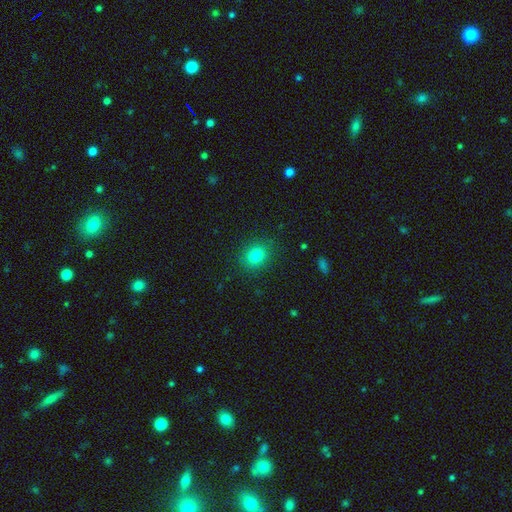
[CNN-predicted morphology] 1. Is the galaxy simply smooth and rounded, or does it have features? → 82% smooth, 11% star or artifact, 7% featured or disk.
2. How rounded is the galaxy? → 52% round, 47% in between, 1% cigar-shaped.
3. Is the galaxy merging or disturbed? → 86% none, 10% minor disturbance, 3% major disturbance, 1% merger.